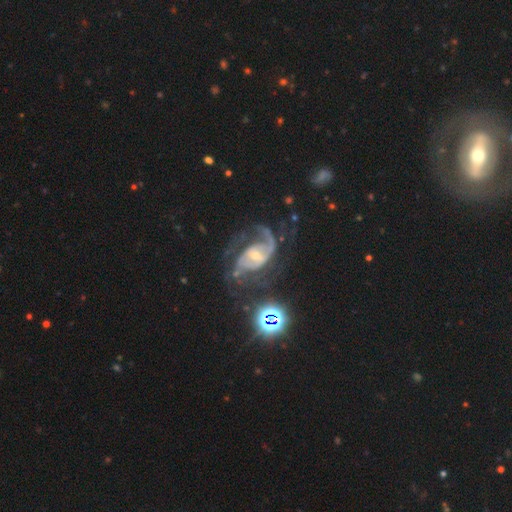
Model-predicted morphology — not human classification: A featured or disk galaxy (86%) with no bar (42%), 2 (62%) medium (51%) spiral arms (96%) and a small central bulge (58%).

Vote fractions:
- Smooth or featured? featured or disk: 86% / star or artifact: 9% / smooth: 5%
- Edge-on disk? no: 97% / yes: 3%
- Bar? no: 42% / weak: 41% / strong: 17%
- Spiral arms? yes: 96% / no: 4%
- Spiral winding? medium: 51% / loose: 28% / tight: 22%
- Spiral arm count? 2: 62% / 1: 14% / can't tell: 11% / 3: 8% / 4: 3% / more than 4: 3%
- Bulge size? small: 58% / moderate: 37% / large: 2% / none: 2% / dominant: 1%
- Merging? none: 48% / major disturbance: 29% / minor disturbance: 19% / merger: 4%